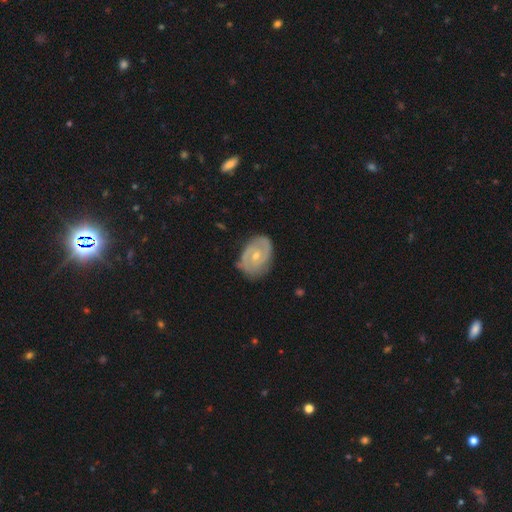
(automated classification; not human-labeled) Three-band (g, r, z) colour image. It shows a featured or disk galaxy (74%) with no bar (61%), 2 (66%) tight (50%) spiral arms (83%) and a small central bulge (53%). Merging: none (70%).